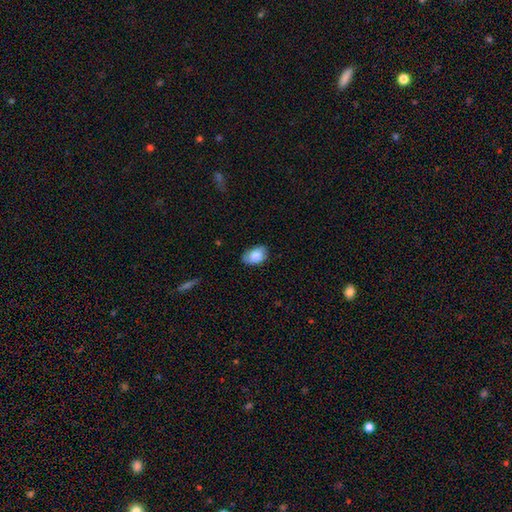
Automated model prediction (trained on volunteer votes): Smooth or featured? Predicted: smooth (p=0.81). How rounded? Predicted: in between (p=0.88). Merging? Predicted: none (p=0.73).